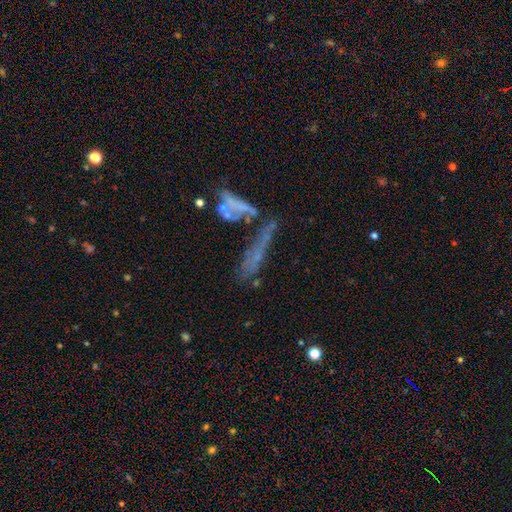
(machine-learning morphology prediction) Smooth or featured? featured or disk (45%)
Merging? merger (41%)